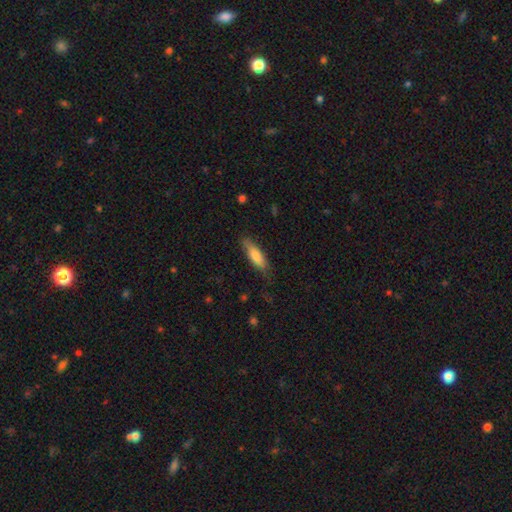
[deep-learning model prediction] smooth-or-featured: smooth: 75% | featured or disk: 19% | star or artifact: 6%
  how-rounded: cigar-shaped: 55% | in between: 43% | round: 2%
  merging: none: 75% | minor disturbance: 19% | major disturbance: 4% | merger: 1%